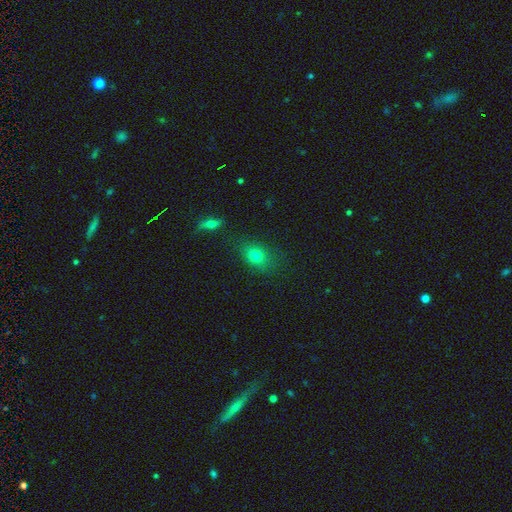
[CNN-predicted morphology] A smooth galaxy with no disk features (75%) that is in between round and cigar-shaped (56%). Merging: none (74%).